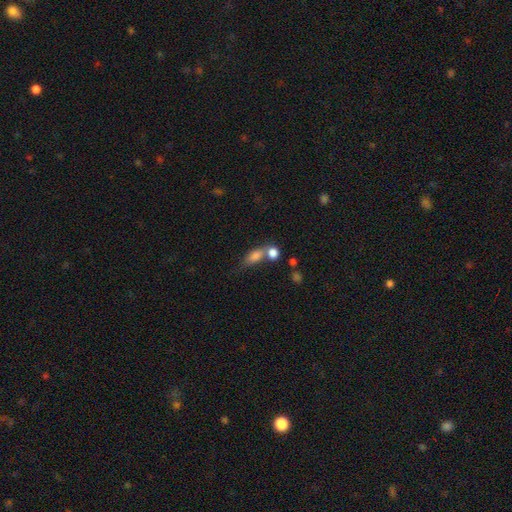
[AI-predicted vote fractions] Q: Smooth or featured?
A: smooth (75%); runner-up: featured or disk (14%)
Q: How rounded?
A: in between (67%); runner-up: round (17%)
Q: Merging?
A: merger (40%); runner-up: none (35%)